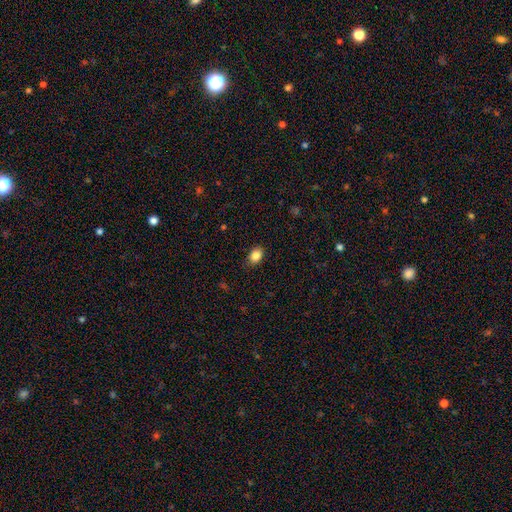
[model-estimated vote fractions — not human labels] Smooth or featured: smooth — 86% (star or artifact — 9%)
How rounded: in between — 74% (round — 25%)
Merging: none — 86% (minor disturbance — 11%)